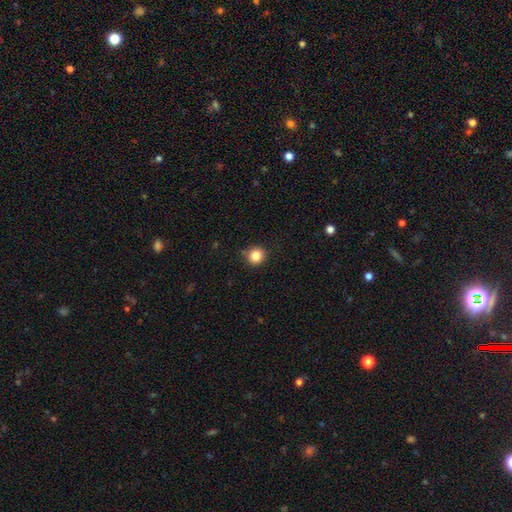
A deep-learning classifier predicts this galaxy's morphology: type=smooth (83%); roundness=round (93%); merging=none (87%).